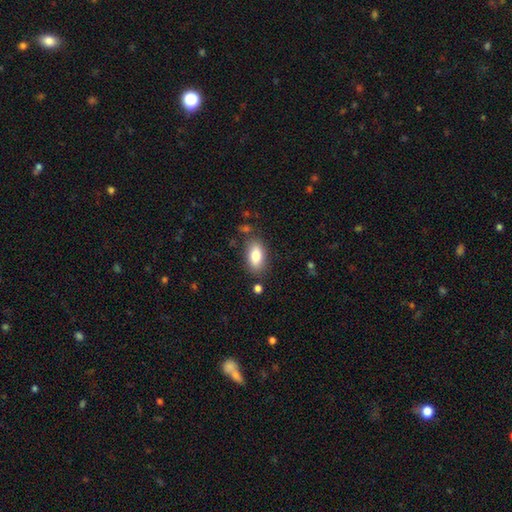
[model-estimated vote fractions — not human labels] A smooth galaxy with no disk features (81%) that is in between round and cigar-shaped (90%).

Vote fractions:
- Smooth or featured? smooth: 81% / featured or disk: 11% / star or artifact: 7%
- How rounded? in between: 90% / cigar-shaped: 5% / round: 4%
- Merging? none: 82% / minor disturbance: 12% / merger: 3% / major disturbance: 3%